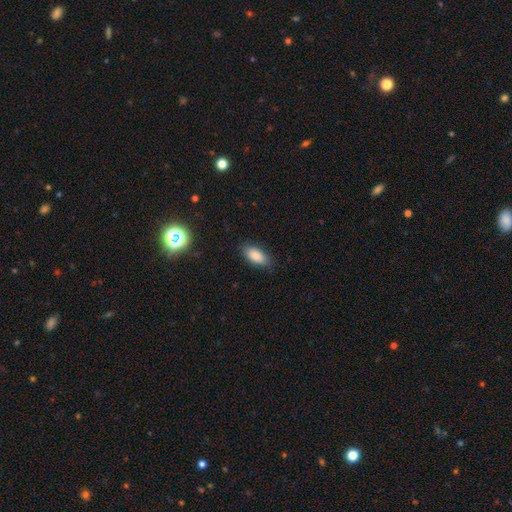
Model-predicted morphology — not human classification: This is clearly a smooth galaxy (86%). How rounded: clearly in between (87%). Merging: clearly none (84%).